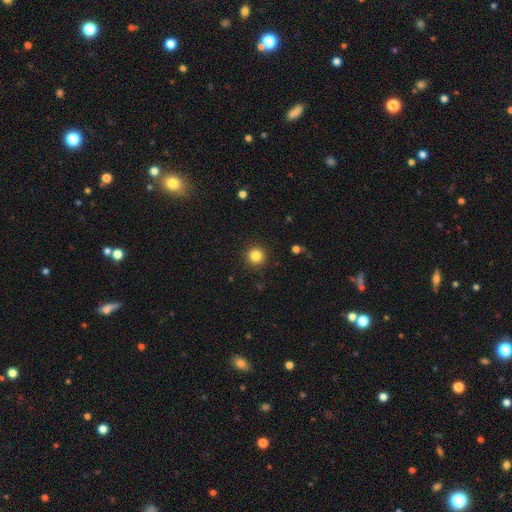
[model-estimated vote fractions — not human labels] The model was most divided on "smooth or featured": smooth: 84%, star or artifact: 12%, featured or disk: 5%. More confident: how rounded — round (95%); merging — none (92%).